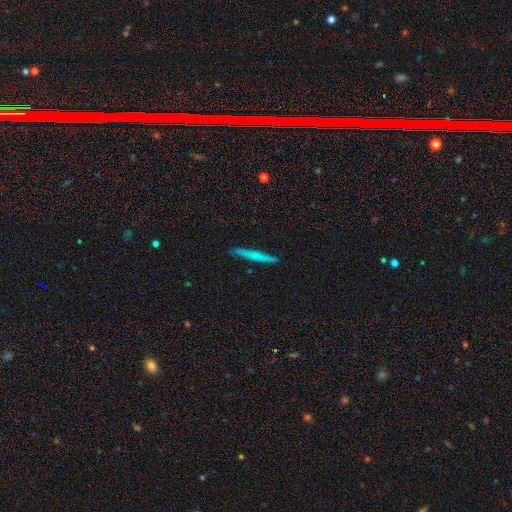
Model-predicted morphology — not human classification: type=smooth (48%); merging=none (89%).